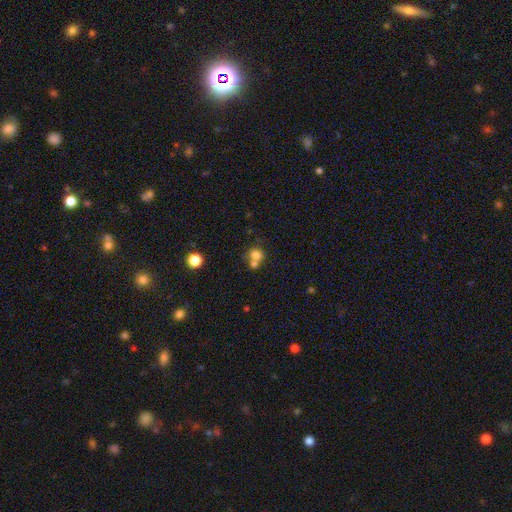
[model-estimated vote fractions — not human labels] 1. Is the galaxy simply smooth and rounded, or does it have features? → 73% smooth, 14% featured or disk, 13% star or artifact.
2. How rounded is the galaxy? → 81% round, 18% in between, 1% cigar-shaped.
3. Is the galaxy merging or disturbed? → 51% merger, 39% none, 7% minor disturbance, 4% major disturbance.